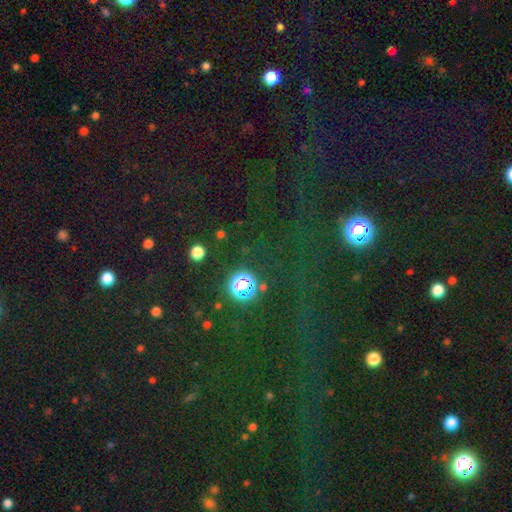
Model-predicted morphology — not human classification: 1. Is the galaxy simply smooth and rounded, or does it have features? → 68% star or artifact, 23% smooth, 9% featured or disk.